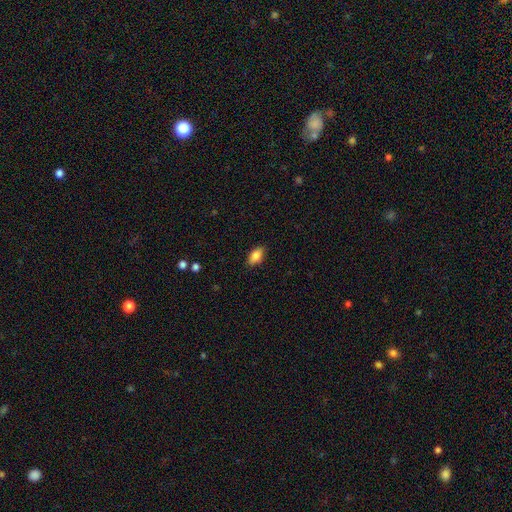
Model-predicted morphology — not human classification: type=smooth (82%); roundness=in between (89%); merging=none (86%).